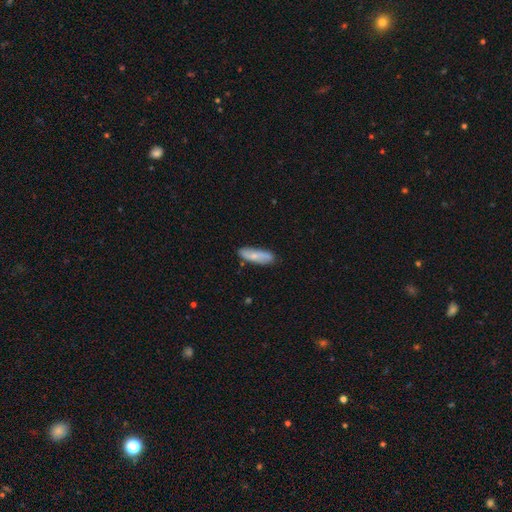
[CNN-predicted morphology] Q: Smooth or featured?
A: smooth (63%); runner-up: featured or disk (31%)
Q: How rounded?
A: in between (52%); runner-up: cigar-shaped (46%)
Q: Merging?
A: none (80%); runner-up: minor disturbance (15%)